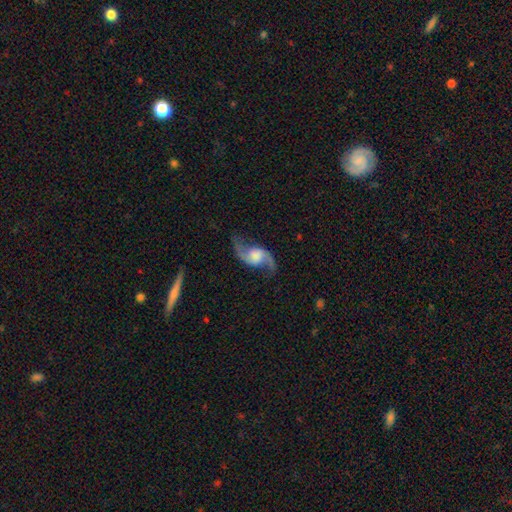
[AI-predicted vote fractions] Morphology: type=featured or disk (89%); edge-on=no (97%); bar=no (56%); spiral arms=yes (97%); winding=loose (74%); arm count=2 (94%); bulge=none (33%); merging=none (79%).